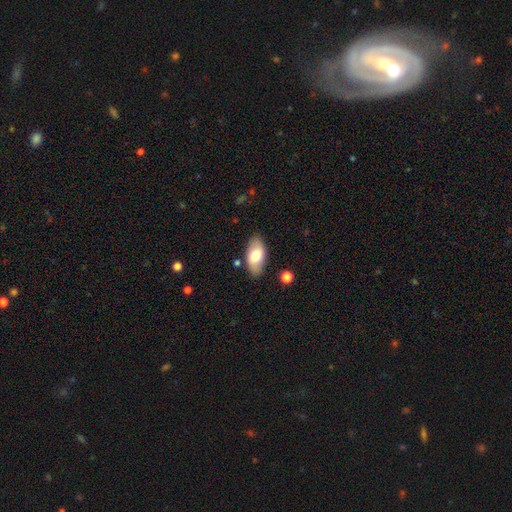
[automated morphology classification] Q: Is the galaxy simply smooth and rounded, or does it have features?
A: smooth — 69%.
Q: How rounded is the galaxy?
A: in between — 93%.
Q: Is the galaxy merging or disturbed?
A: none — 84%.